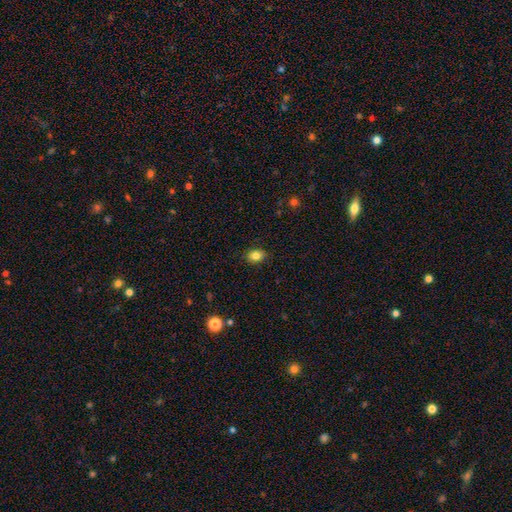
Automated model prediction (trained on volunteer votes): Smooth or featured?
  - smooth: 83% *
  - star or artifact: 10%
  - featured or disk: 7%
How rounded?
  - in between: 63% *
  - round: 36%
  - cigar-shaped: 1%
Merging?
  - none: 87% *
  - minor disturbance: 10%
  - major disturbance: 2%
  - merger: 1%